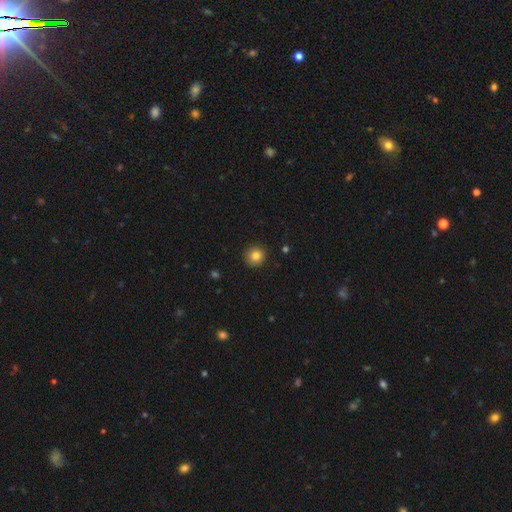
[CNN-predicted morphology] Q: Smooth or featured?
A: smooth (83%); runner-up: star or artifact (10%)
Q: How rounded?
A: round (92%); runner-up: in between (7%)
Q: Merging?
A: none (91%); runner-up: minor disturbance (6%)